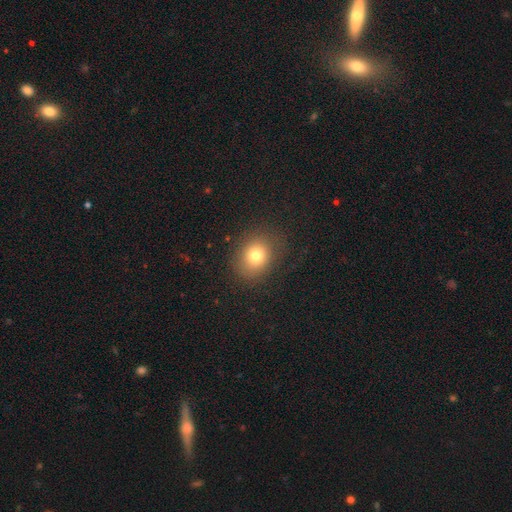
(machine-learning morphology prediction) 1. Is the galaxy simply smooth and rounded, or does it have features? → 77% smooth, 13% star or artifact, 10% featured or disk.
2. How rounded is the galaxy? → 63% round, 36% in between, 1% cigar-shaped.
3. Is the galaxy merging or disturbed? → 83% none, 11% minor disturbance, 5% major disturbance, 1% merger.